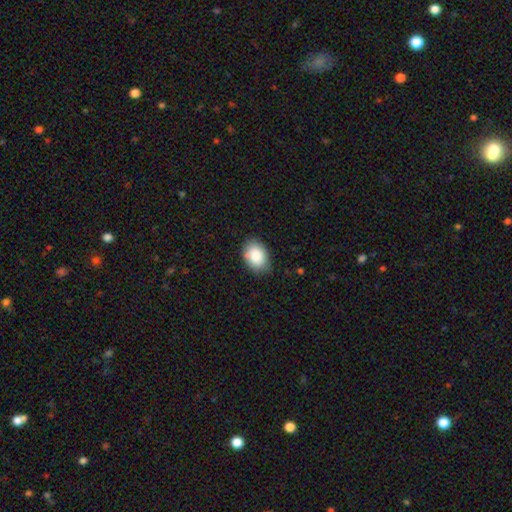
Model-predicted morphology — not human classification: A smooth galaxy with no disk features (87%) that is in between round and cigar-shaped (83%). Merging: none (81%).